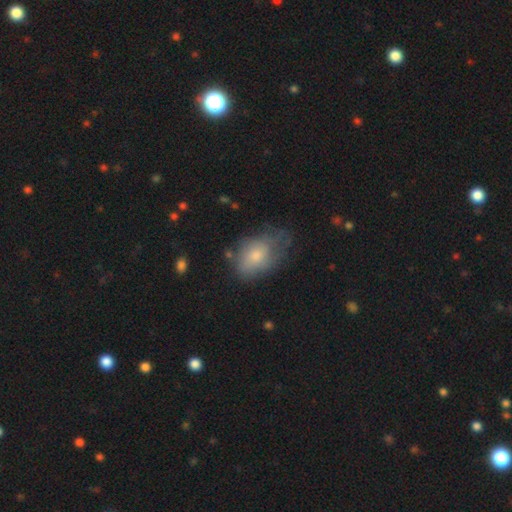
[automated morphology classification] Smooth or featured? Predicted: smooth (p=0.64). How rounded? Predicted: in between (p=0.85). Merging? Predicted: none (p=0.43).